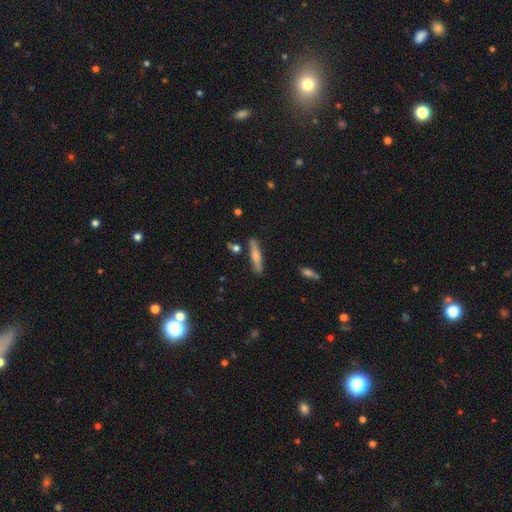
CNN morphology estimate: type=smooth (58%); roundness=cigar-shaped (87%); merging=none (84%).